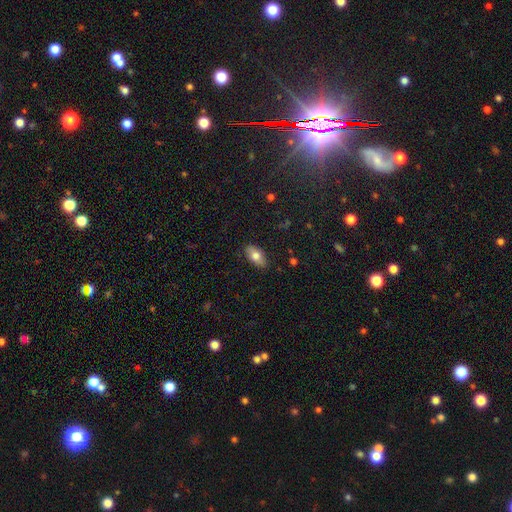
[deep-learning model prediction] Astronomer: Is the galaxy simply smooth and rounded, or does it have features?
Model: smooth — 76%.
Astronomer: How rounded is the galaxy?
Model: in between — 91%.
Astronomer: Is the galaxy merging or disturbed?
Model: none — 86%.